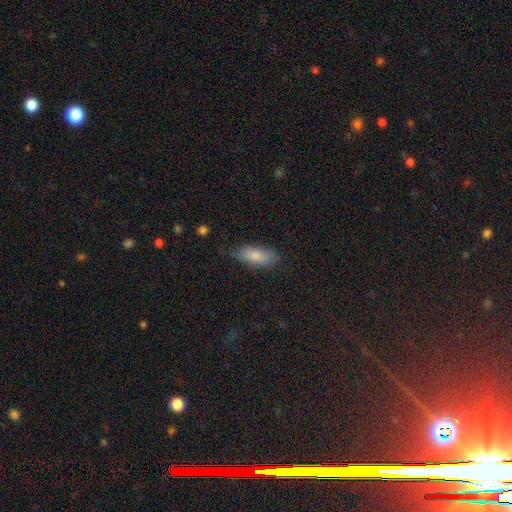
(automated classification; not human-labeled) smooth-or-featured: smooth: 84% | featured or disk: 10% | star or artifact: 6%
  how-rounded: in between: 80% | cigar-shaped: 18% | round: 2%
  merging: none: 77% | minor disturbance: 18% | major disturbance: 4% | merger: 1%